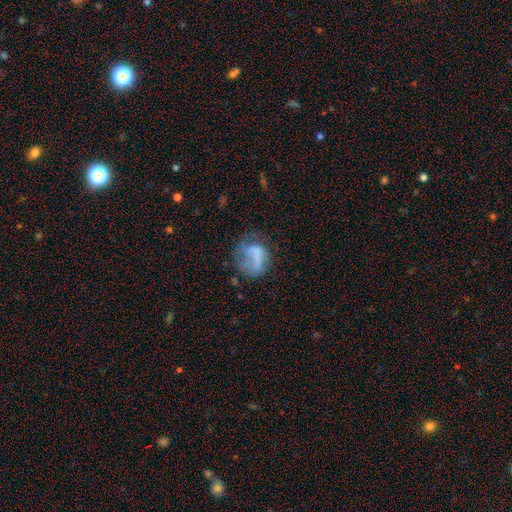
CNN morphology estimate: This appears to be a smooth galaxy with no disk features (55%) that is round (60%). Merging: major disturbance (37%).